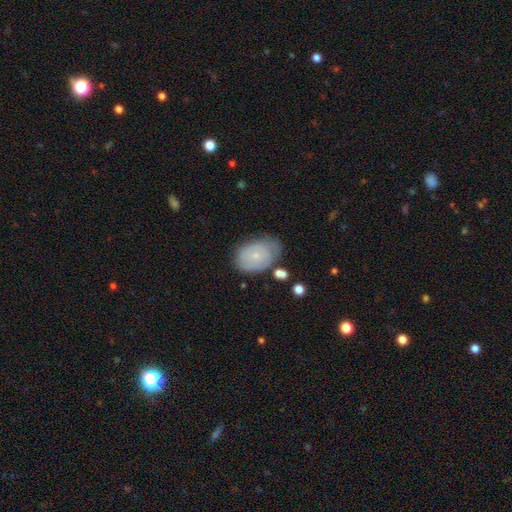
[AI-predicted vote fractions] Smooth or featured?
  - smooth: 61% *
  - featured or disk: 32%
  - star or artifact: 8%
How rounded?
  - in between: 81% *
  - round: 17%
  - cigar-shaped: 1%
Merging?
  - none: 58% *
  - minor disturbance: 29%
  - major disturbance: 9%
  - merger: 4%